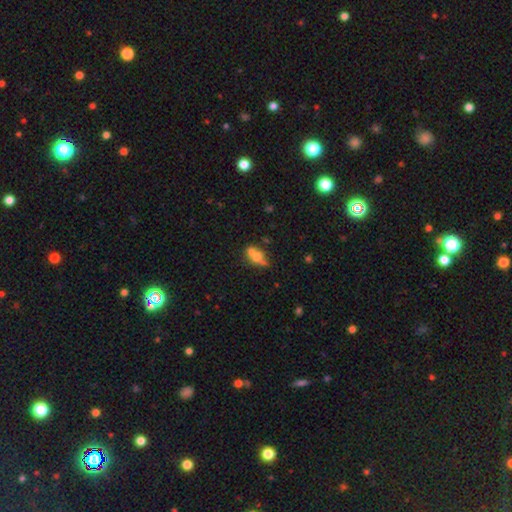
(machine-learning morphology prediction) The model was most divided on "merging": merger: 44%, none: 33%, minor disturbance: 14%, major disturbance: 9%. More confident: how rounded — in between (66%); smooth or featured — smooth (57%).